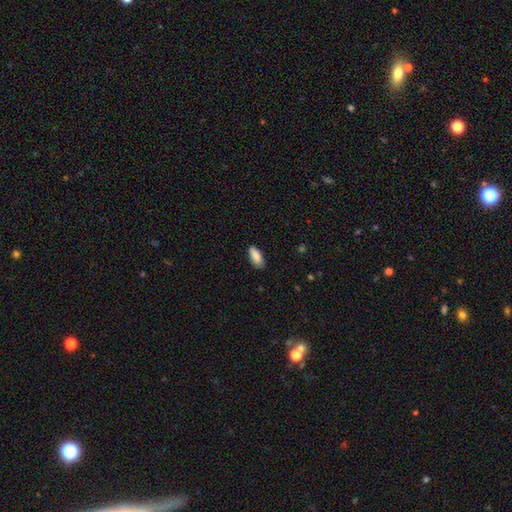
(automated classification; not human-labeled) smooth-or-featured: smooth: 88% | star or artifact: 6% | featured or disk: 6%
  how-rounded: in between: 84% | cigar-shaped: 14% | round: 2%
  merging: none: 82% | minor disturbance: 14% | major disturbance: 2% | merger: 1%